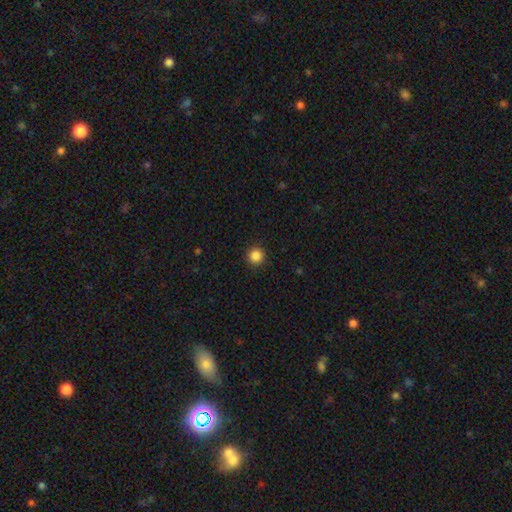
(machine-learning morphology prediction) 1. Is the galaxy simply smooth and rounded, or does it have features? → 86% smooth, 11% star or artifact, 3% featured or disk.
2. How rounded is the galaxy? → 96% round, 4% in between, 1% cigar-shaped.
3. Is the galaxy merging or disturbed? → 93% none, 5% minor disturbance, 2% major disturbance, 1% merger.